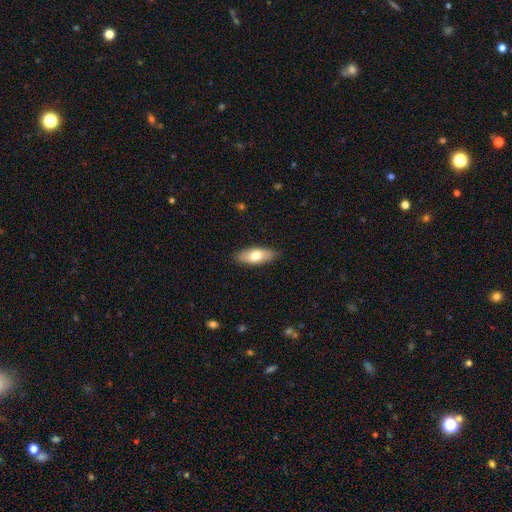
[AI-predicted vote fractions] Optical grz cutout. It shows a smooth galaxy with no disk features (71%) that is in between round and cigar-shaped (77%). Merging: none (86%).